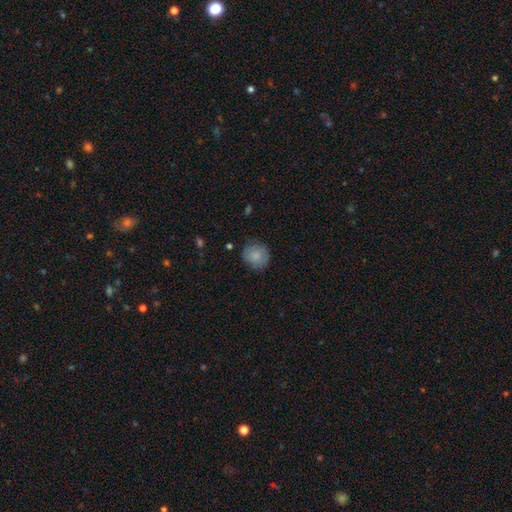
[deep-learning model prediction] Smooth or featured: smooth — 83% (featured or disk — 9%)
How rounded: round — 85% (in between — 14%)
Merging: none — 79% (minor disturbance — 16%)